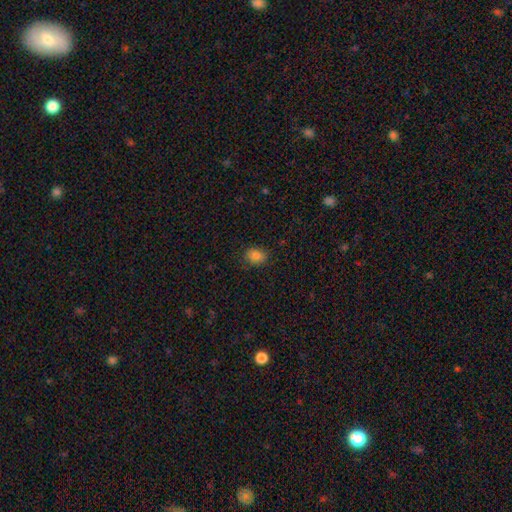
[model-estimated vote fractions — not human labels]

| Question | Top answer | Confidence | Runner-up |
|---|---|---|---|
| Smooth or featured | smooth | 85% | star or artifact (10%) |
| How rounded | in between | 59% | round (40%) |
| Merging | none | 83% | minor disturbance (13%) |